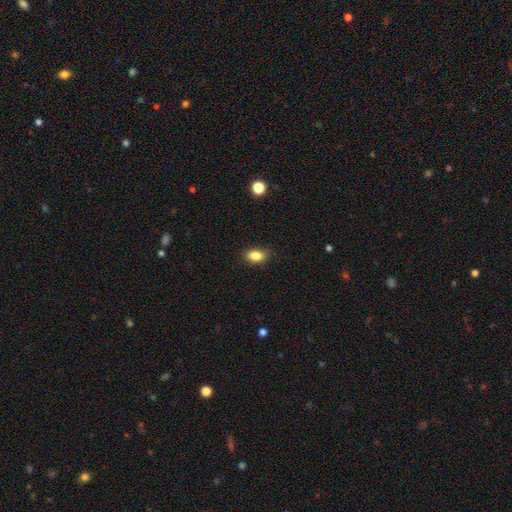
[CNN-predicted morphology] This appears to be a smooth galaxy with no disk features (85%) that is in between round and cigar-shaped (85%). Merging: none (86%).